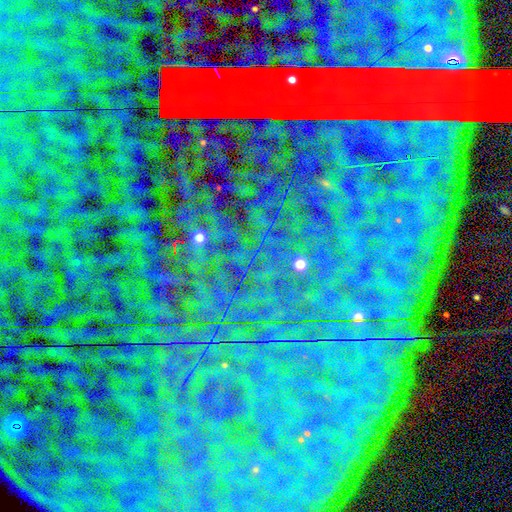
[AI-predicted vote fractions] Smooth or featured? Predicted: star or artifact (p=0.85).